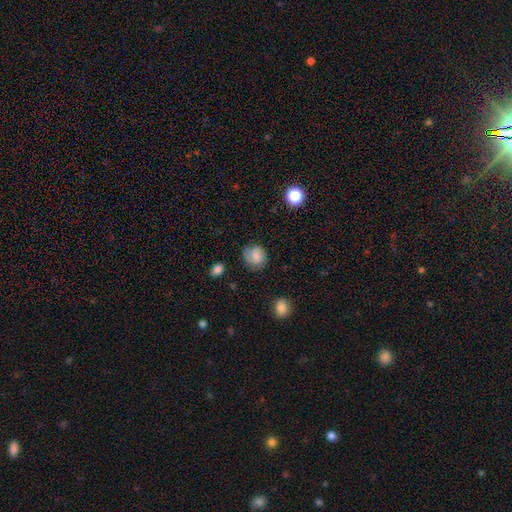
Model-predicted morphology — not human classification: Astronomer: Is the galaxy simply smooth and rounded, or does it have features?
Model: smooth — 65%.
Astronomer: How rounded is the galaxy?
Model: round — 68%.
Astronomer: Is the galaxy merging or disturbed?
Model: none — 70%.